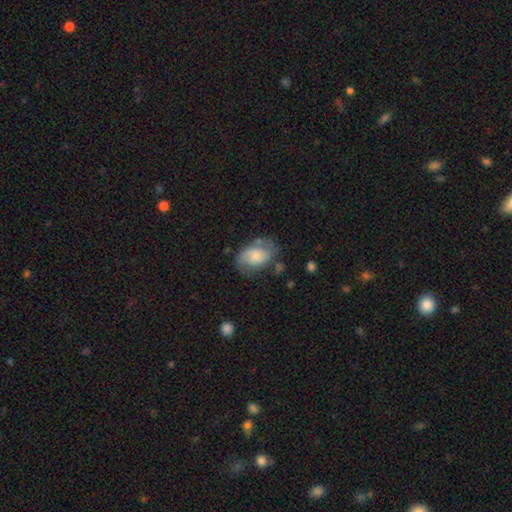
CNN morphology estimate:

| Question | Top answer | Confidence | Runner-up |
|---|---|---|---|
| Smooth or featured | smooth | 57% | featured or disk (36%) |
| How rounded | in between | 83% | round (16%) |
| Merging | none | 55% | minor disturbance (27%) |